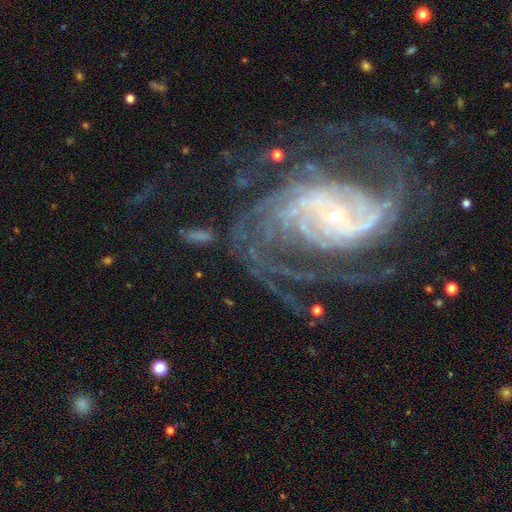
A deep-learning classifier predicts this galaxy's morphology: smooth_or_featured: featured or disk (p=0.90) [alt: star or artifact p=0.07]
disk_edge_on: no (p=0.97) [alt: yes p=0.03]
bar: no (p=0.55) [alt: weak p=0.26]
has_spiral_arms: yes (p=0.98) [alt: no p=0.02]
spiral_winding: tight (p=0.47) [alt: medium p=0.40]
spiral_arm_count: 2 (p=0.26) [alt: 3 p=0.20]
bulge_size: small (p=0.79) [alt: moderate p=0.17]
merging: none (p=0.60) [alt: major disturbance p=0.21]